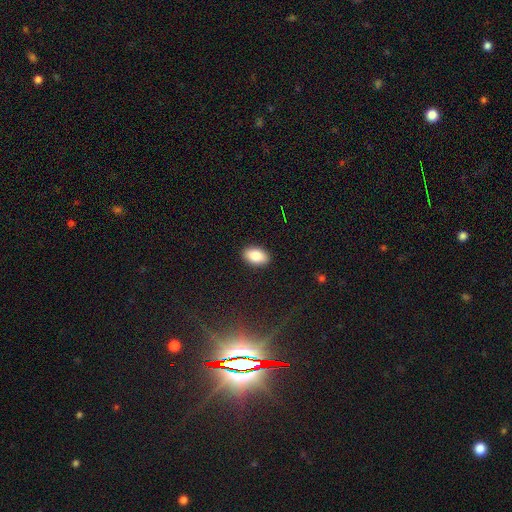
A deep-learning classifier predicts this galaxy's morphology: Smooth or featured? smooth (85%)
How rounded? in between (92%)
Merging? none (90%)